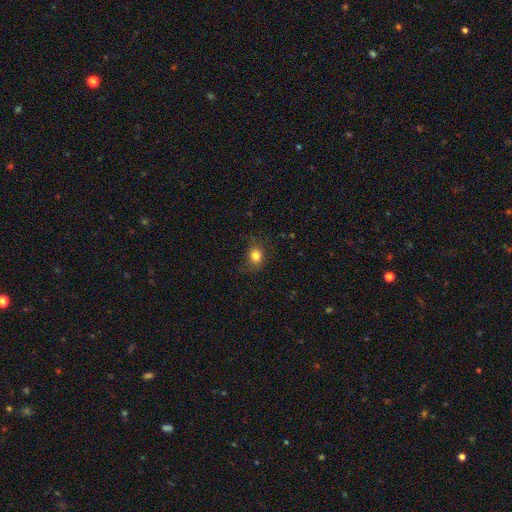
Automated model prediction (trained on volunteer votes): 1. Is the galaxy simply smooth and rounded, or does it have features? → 81% smooth, 11% star or artifact, 8% featured or disk.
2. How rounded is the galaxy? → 60% round, 39% in between, 1% cigar-shaped.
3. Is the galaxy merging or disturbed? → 69% none, 20% minor disturbance, 9% major disturbance, 1% merger.